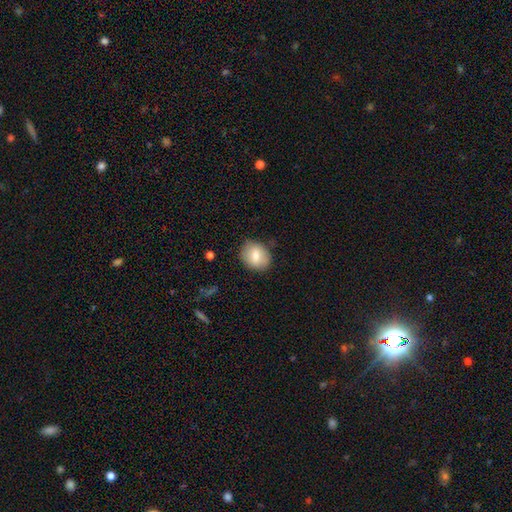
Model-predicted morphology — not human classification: Smooth or featured? Predicted: smooth (p=0.76). How rounded? Predicted: round (p=0.62). Merging? Predicted: none (p=0.82).